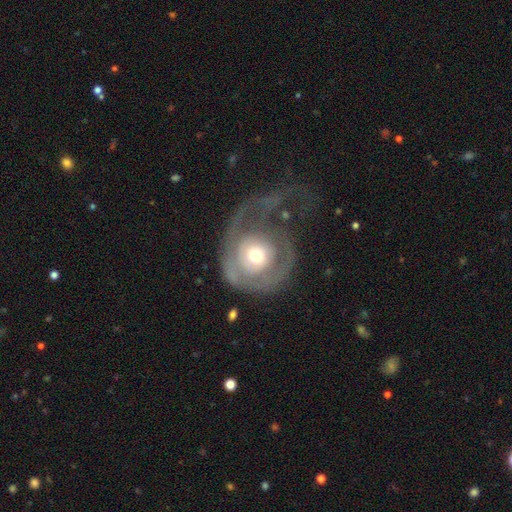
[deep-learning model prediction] Morphology: type=featured or disk (59%); edge-on=no (96%); bar=no (82%); spiral arms=yes (54%); bulge=moderate (63%); merging=major disturbance (51%).